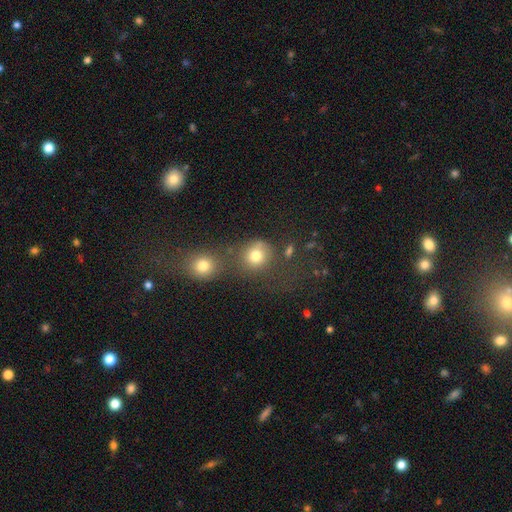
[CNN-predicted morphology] A smooth galaxy with no disk features (77%) that is round (82%).

Vote fractions:
- Smooth or featured? smooth: 77% / star or artifact: 15% / featured or disk: 9%
- How rounded? round: 82% / in between: 17% / cigar-shaped: 1%
- Merging? none: 54% / merger: 28% / minor disturbance: 11% / major disturbance: 7%